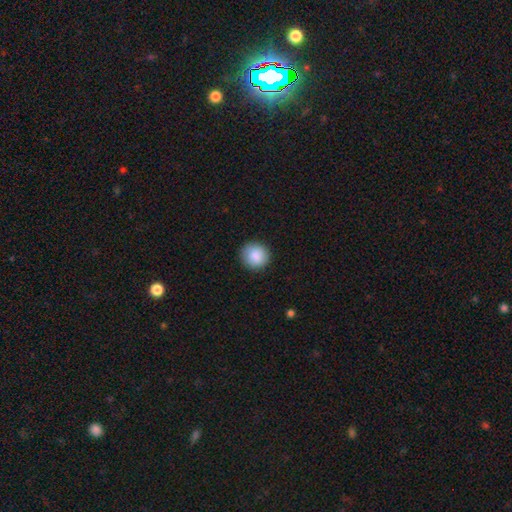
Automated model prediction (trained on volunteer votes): A smooth galaxy with no disk features (88%) that is round (92%). Merging: none (90%).